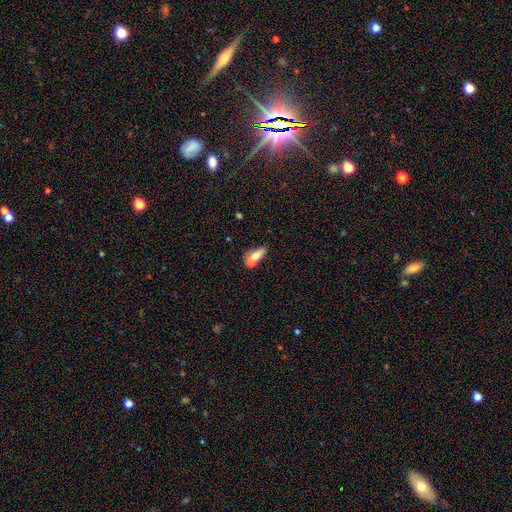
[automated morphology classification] Overall: smooth (65%; featured or disk 25%). How rounded: in between (70%). Merging: merger (57%; none 26%).